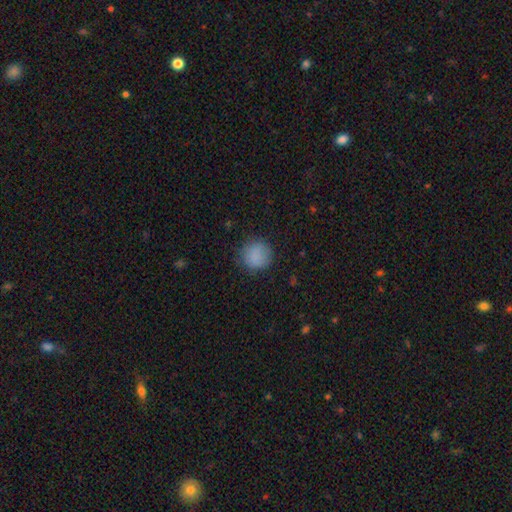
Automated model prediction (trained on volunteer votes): Smooth or featured?
  - smooth: 85% *
  - star or artifact: 9%
  - featured or disk: 6%
How rounded?
  - round: 92% *
  - in between: 7%
  - cigar-shaped: 1%
Merging?
  - none: 82% *
  - minor disturbance: 13%
  - major disturbance: 4%
  - merger: 1%